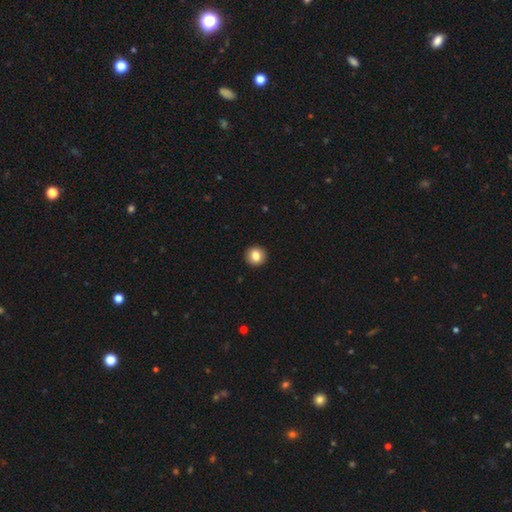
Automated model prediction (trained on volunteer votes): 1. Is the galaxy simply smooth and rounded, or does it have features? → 83% smooth, 9% star or artifact, 8% featured or disk.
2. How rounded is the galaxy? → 92% round, 7% in between, 1% cigar-shaped.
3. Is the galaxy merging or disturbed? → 93% none, 4% minor disturbance, 1% major disturbance, 1% merger.